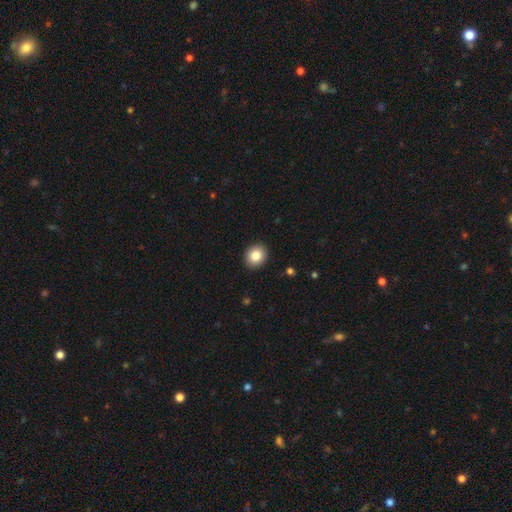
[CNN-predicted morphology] A smooth galaxy with no disk features (84%) that is round (67%).

Vote fractions:
- Smooth or featured? smooth: 84% / star or artifact: 9% / featured or disk: 7%
- How rounded? round: 67% / in between: 32% / cigar-shaped: 1%
- Merging? none: 92% / minor disturbance: 6% / major disturbance: 2% / merger: 1%